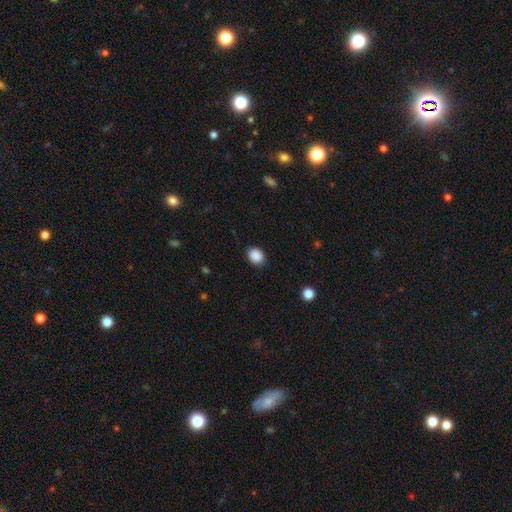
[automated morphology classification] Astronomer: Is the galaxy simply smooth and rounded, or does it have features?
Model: smooth — 89%.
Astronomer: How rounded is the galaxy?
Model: in between — 52% (runner-up: round, 47%).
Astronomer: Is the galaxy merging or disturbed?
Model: none — 87%.